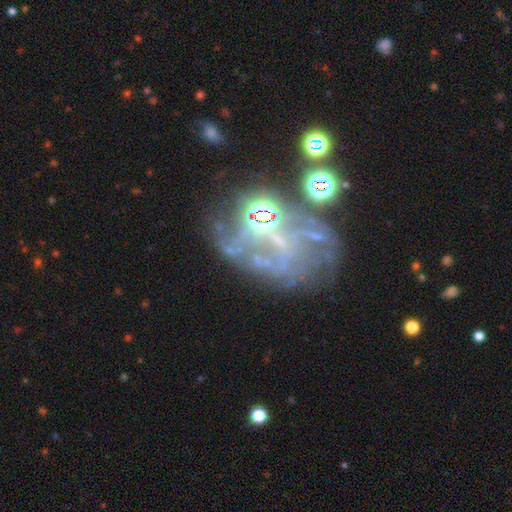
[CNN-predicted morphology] The model was most divided on "merging": none: 36%, major disturbance: 33%, minor disturbance: 16%, merger: 15%. Remaining: edge-on disk — no (97%); bar — no (77%); spiral arms — no (64%); smooth or featured — featured or disk (61%); bulge size — none (47%).